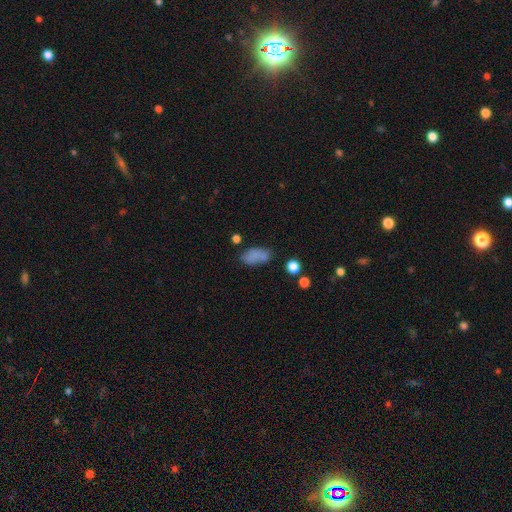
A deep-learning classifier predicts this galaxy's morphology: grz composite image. It shows a smooth galaxy with no disk features (76%) that is in between round and cigar-shaped (87%). Merging: none (54%).